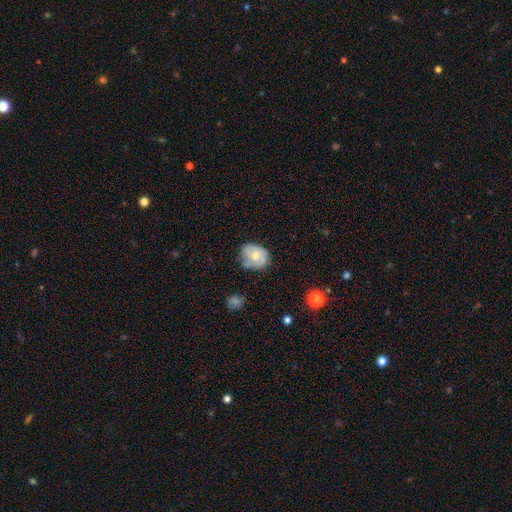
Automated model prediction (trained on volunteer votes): smooth_or_featured: smooth (p=0.49) [alt: featured or disk p=0.44]
merging: none (p=0.57) [alt: minor disturbance p=0.30]